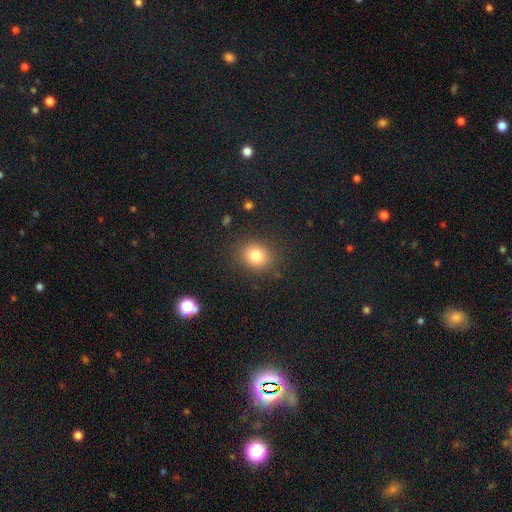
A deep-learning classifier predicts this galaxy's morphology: A smooth galaxy with no disk features (81%) that is round (70%). Merging: none (86%).